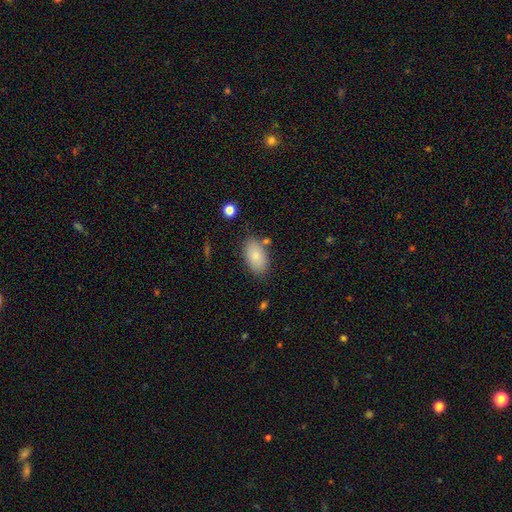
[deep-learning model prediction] This is clearly a smooth galaxy (83%). How rounded: clearly in between (93%). Merging: likely none (78%).